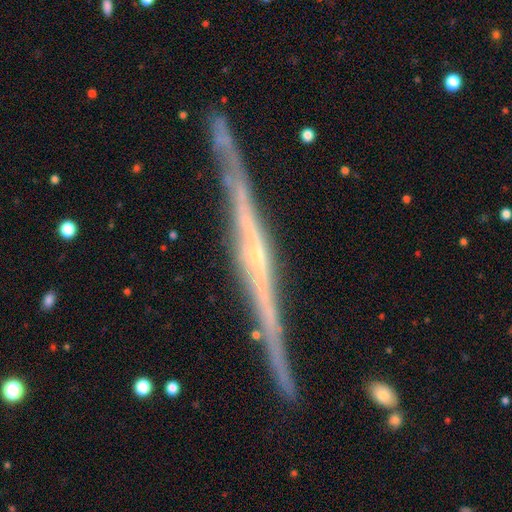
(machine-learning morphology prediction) Smooth or featured?
  - featured or disk: 86% *
  - smooth: 8%
  - star or artifact: 6%
Edge-on disk?
  - yes: 97% *
  - no: 3%
Edge-on bulge?
  - none: 49% *
  - rounded: 36%
  - boxy: 14%
Merging?
  - none: 88% *
  - minor disturbance: 9%
  - major disturbance: 2%
  - merger: 2%